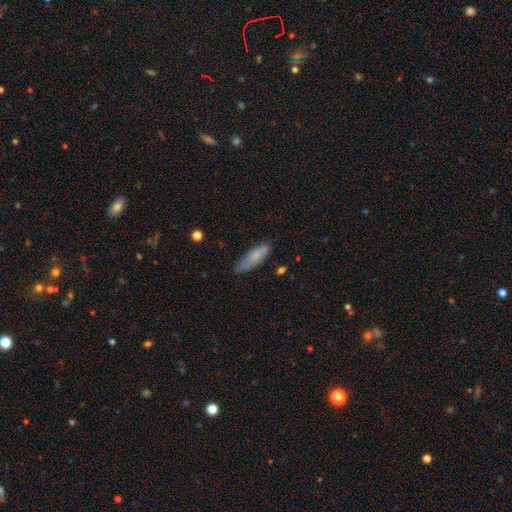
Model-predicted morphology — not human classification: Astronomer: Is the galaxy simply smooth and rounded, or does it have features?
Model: smooth — 73%.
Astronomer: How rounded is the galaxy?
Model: cigar-shaped — 51% (runner-up: in between, 47%).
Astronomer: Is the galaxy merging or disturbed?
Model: none — 67%.